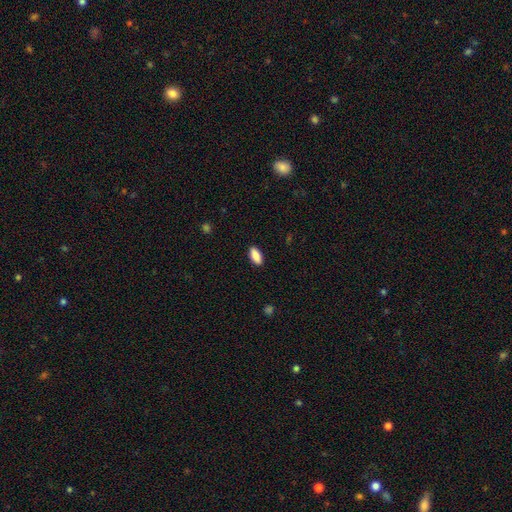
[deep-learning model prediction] smooth 88%, star or artifact 7%, featured or disk 6%. Down the decision tree: how rounded — in between (87%); merging — none (89%).